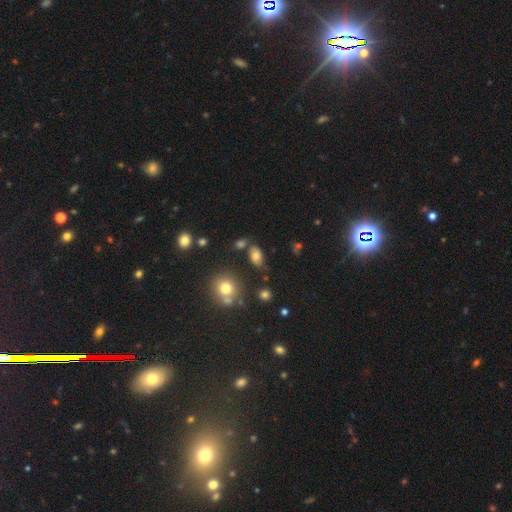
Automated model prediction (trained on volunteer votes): This is likely a smooth galaxy (72%). How rounded: clearly in between (86%). Merging: likely none (66%).